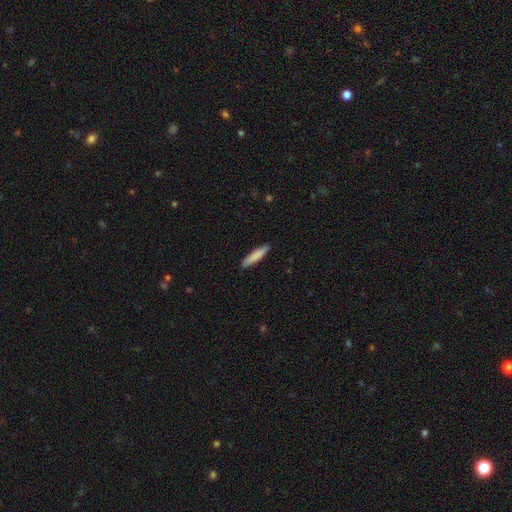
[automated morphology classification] smooth 84%, featured or disk 10%, star or artifact 5%. Down the decision tree: how rounded — cigar-shaped (86%); merging — none (90%).